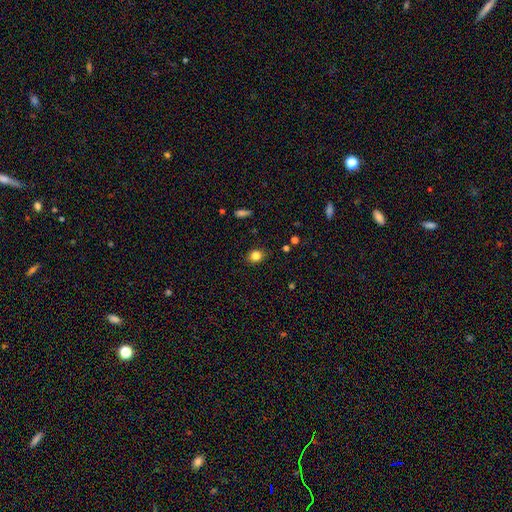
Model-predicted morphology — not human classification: A smooth galaxy with no disk features (83%) that is round (58%). Merging: none (86%).